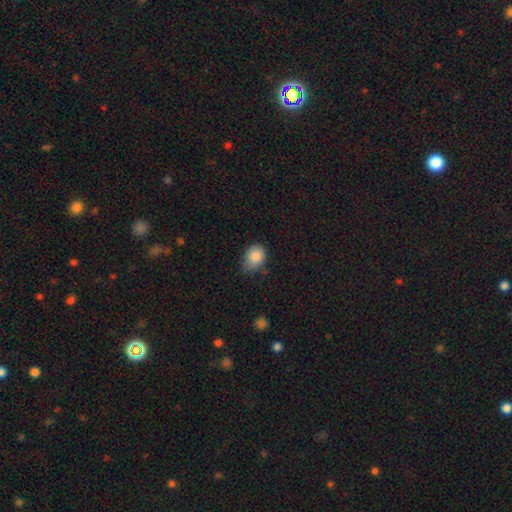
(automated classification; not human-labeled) smooth-or-featured: smooth: 85% | star or artifact: 8% | featured or disk: 7%
  how-rounded: in between: 62% | round: 37% | cigar-shaped: 1%
  merging: none: 58% | minor disturbance: 34% | major disturbance: 6% | merger: 2%